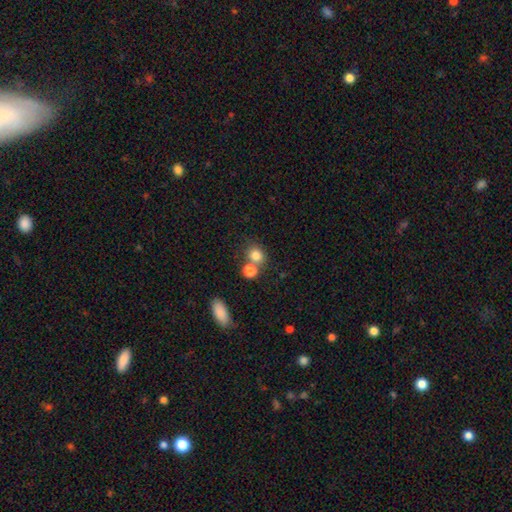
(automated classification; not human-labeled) Morphology: type=smooth (80%); roundness=round (70%); merging=none (55%).